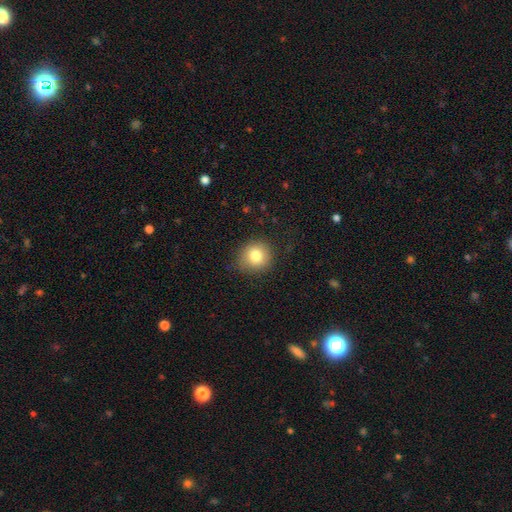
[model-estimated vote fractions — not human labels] The model was most divided on "smooth or featured": smooth: 80%, star or artifact: 10%, featured or disk: 10%. More confident: how rounded — round (87%); merging — none (83%).